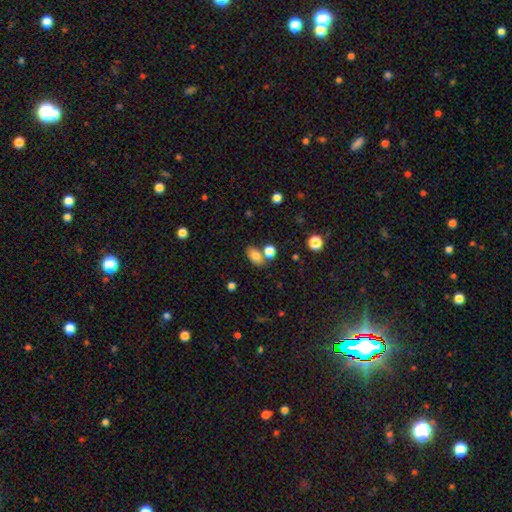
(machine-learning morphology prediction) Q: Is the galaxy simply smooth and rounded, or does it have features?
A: smooth — 80%.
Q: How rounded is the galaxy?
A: in between — 83%.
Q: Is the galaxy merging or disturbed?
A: none — 60%.